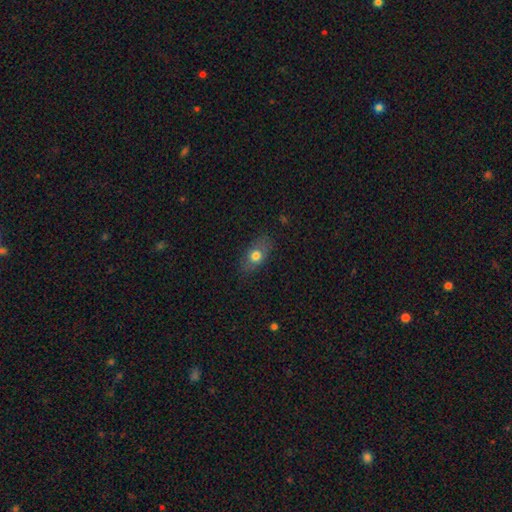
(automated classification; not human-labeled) Smooth or featured? smooth (72%)
How rounded? in between (76%)
Merging? none (81%)